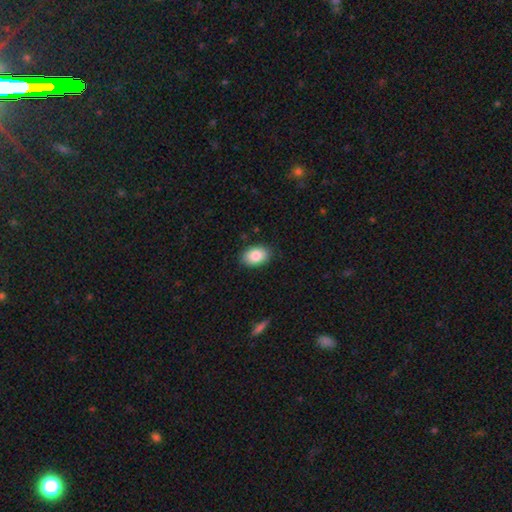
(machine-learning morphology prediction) Smooth or featured? smooth (86%)
How rounded? in between (85%)
Merging? none (86%)